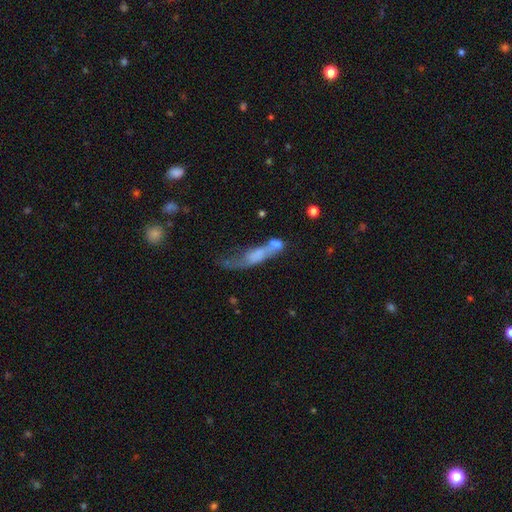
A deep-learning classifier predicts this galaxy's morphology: Smooth or featured?
  - smooth: 50% *
  - featured or disk: 41%
  - star or artifact: 9%
Merging?
  - merger: 35% *
  - major disturbance: 29%
  - none: 19%
  - minor disturbance: 17%